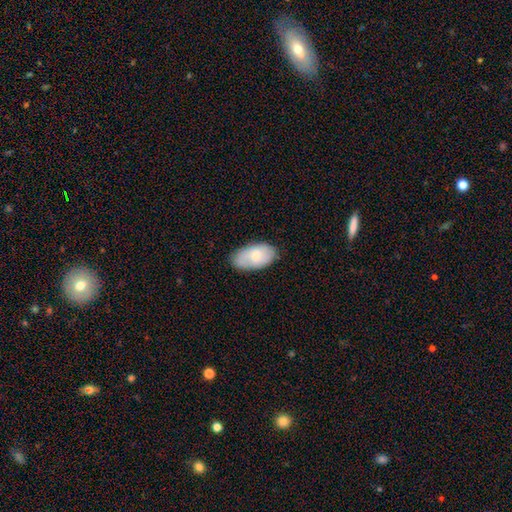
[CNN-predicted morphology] This is likely a smooth galaxy (73%). How rounded: clearly in between (95%). Merging: likely none (76%).